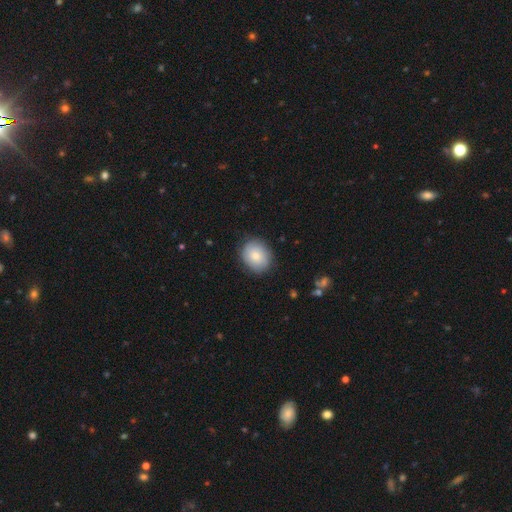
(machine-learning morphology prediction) A smooth galaxy with no disk features (81%) that is round (64%).

Vote fractions:
- Smooth or featured? smooth: 81% / featured or disk: 13% / star or artifact: 7%
- How rounded? round: 64% / in between: 36% / cigar-shaped: 1%
- Merging? none: 84% / minor disturbance: 12% / major disturbance: 3% / merger: 1%